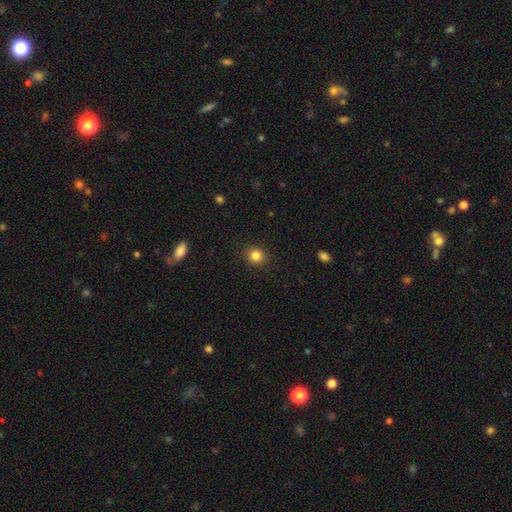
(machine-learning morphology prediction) Smooth or featured: smooth — 84% (star or artifact — 11%)
How rounded: round — 89% (in between — 10%)
Merging: none — 92% (minor disturbance — 5%)